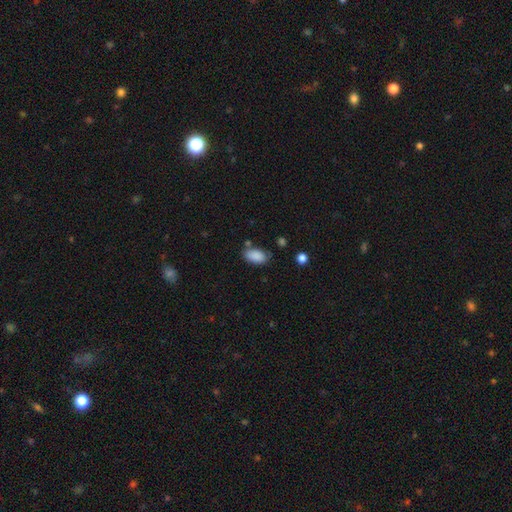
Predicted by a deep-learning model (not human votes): smooth 88%, star or artifact 7%, featured or disk 4%. Down the decision tree: how rounded — in between (93%); merging — none (70%).